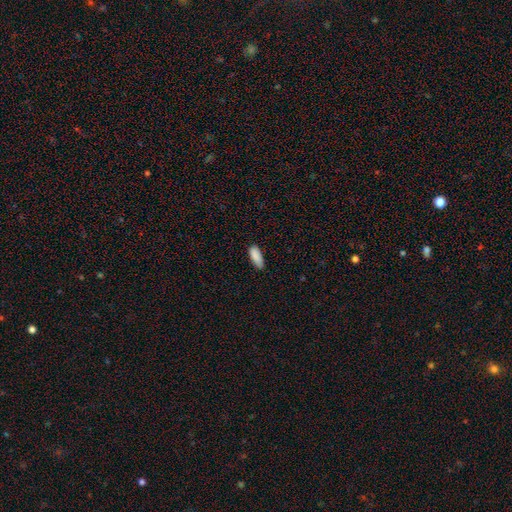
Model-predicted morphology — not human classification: Smooth or featured: smooth — 89% (star or artifact — 7%)
How rounded: in between — 76% (cigar-shaped — 23%)
Merging: none — 74% (minor disturbance — 21%)